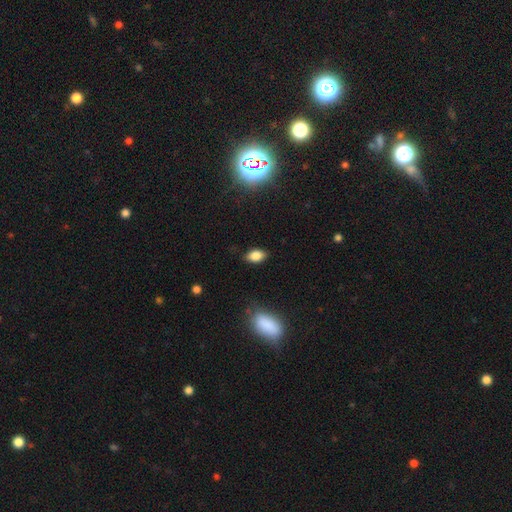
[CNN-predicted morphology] Smooth or featured: smooth — 81% (star or artifact — 10%)
How rounded: in between — 89% (round — 8%)
Merging: none — 84% (minor disturbance — 12%)